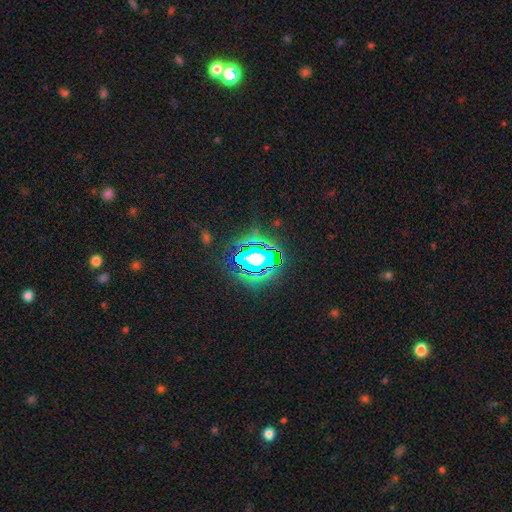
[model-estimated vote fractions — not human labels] A star or artifact, not a galaxy (75%).